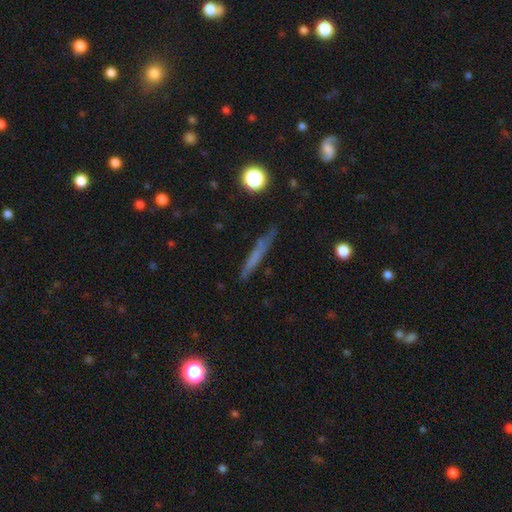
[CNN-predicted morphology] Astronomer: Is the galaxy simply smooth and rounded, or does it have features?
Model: smooth — 53% (runner-up: featured or disk, 37%).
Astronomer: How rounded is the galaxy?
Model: cigar-shaped — 92%.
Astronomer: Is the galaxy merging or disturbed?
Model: none — 81%.